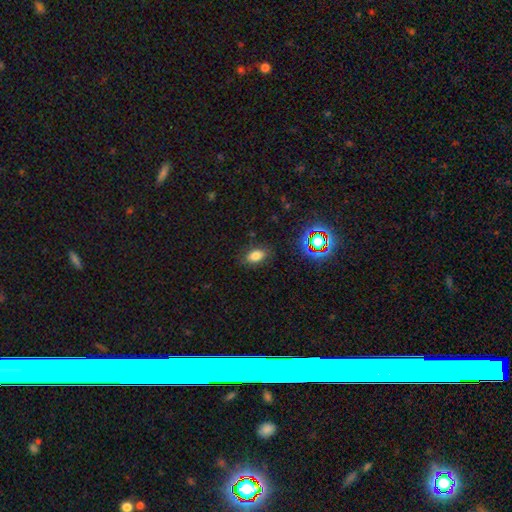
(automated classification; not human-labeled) Smooth or featured: smooth — 76% (star or artifact — 15%)
How rounded: in between — 87% (round — 11%)
Merging: none — 83% (minor disturbance — 12%)